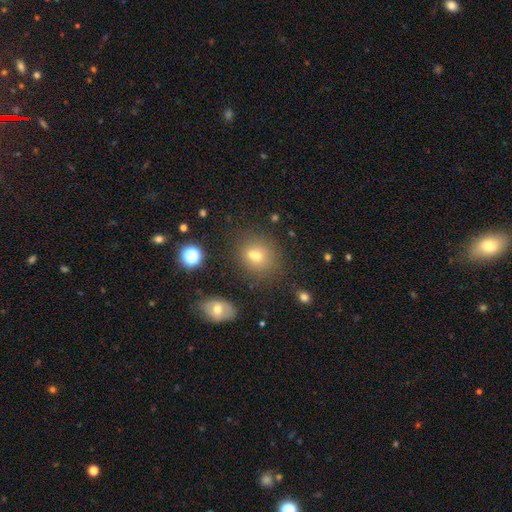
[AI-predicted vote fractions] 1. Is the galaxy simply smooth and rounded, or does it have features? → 65% smooth, 19% star or artifact, 16% featured or disk.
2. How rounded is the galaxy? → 72% round, 26% in between, 1% cigar-shaped.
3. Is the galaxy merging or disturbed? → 58% none, 28% merger, 11% minor disturbance, 4% major disturbance.